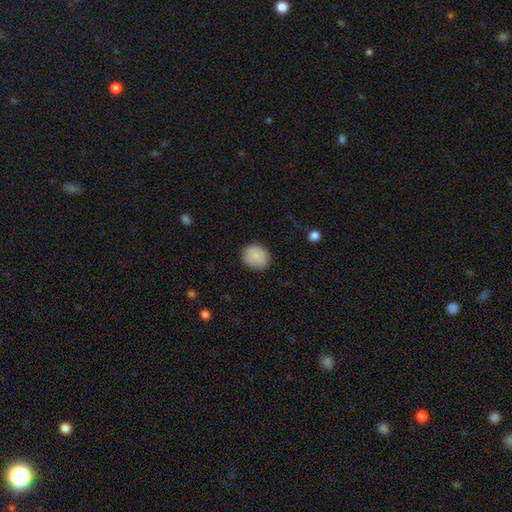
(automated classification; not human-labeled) smooth_or_featured: smooth (p=0.88) [alt: star or artifact p=0.07]
how_rounded: round (p=0.64) [alt: in between p=0.36]
merging: none (p=0.85) [alt: minor disturbance p=0.11]